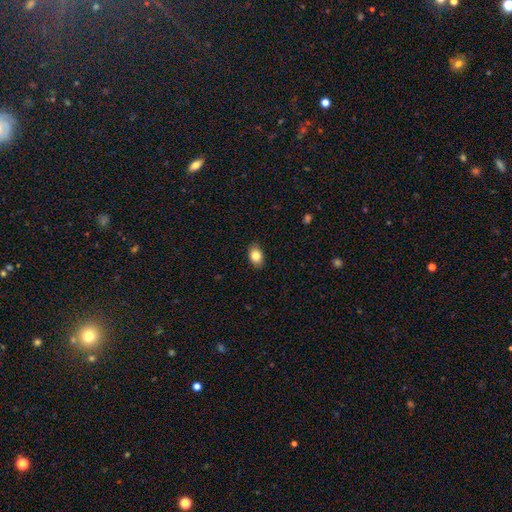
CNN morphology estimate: Smooth or featured? smooth (84%)
How rounded? in between (81%)
Merging? none (88%)